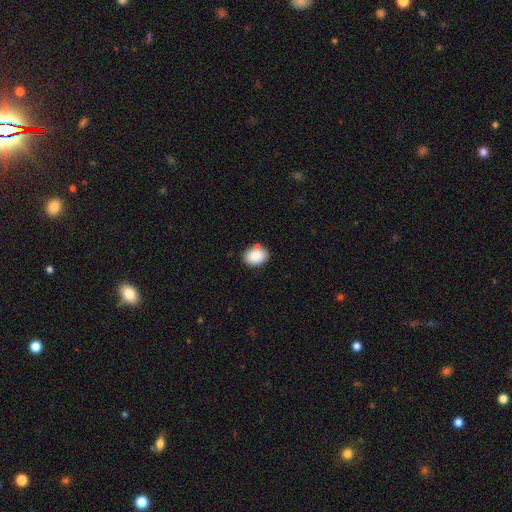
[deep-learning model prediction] This appears to be a smooth galaxy with no disk features (88%) that is in between round and cigar-shaped (69%). Merging: none (76%).